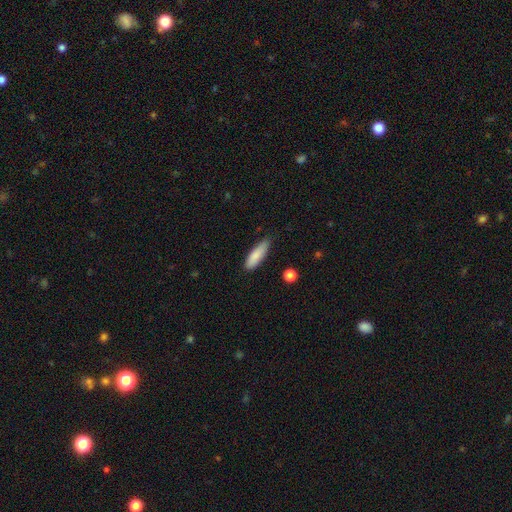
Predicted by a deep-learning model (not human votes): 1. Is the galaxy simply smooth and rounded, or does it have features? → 85% smooth, 8% featured or disk, 6% star or artifact.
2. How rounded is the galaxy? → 53% cigar-shaped, 45% in between, 2% round.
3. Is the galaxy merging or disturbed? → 76% none, 19% minor disturbance, 3% major disturbance, 2% merger.